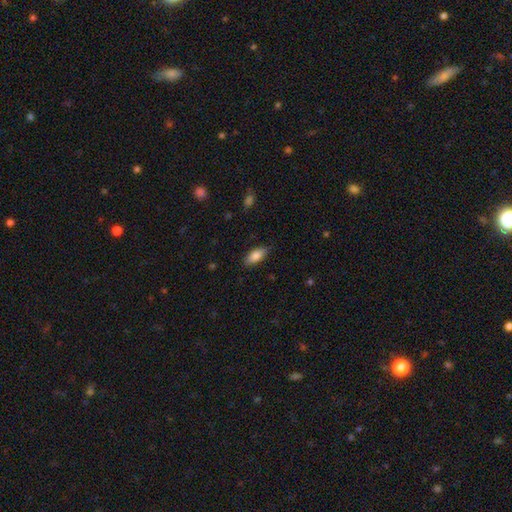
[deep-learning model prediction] Overall: smooth (83%). How rounded: in between (83%). Merging: none (83%).